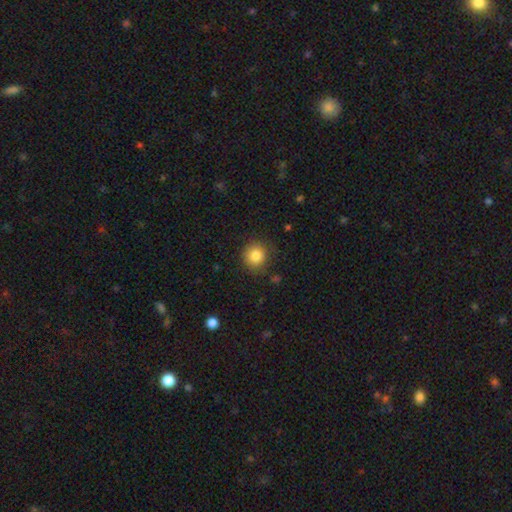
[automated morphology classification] smooth 83%, star or artifact 10%, featured or disk 7%. Down the decision tree: how rounded — round (91%); merging — none (83%).